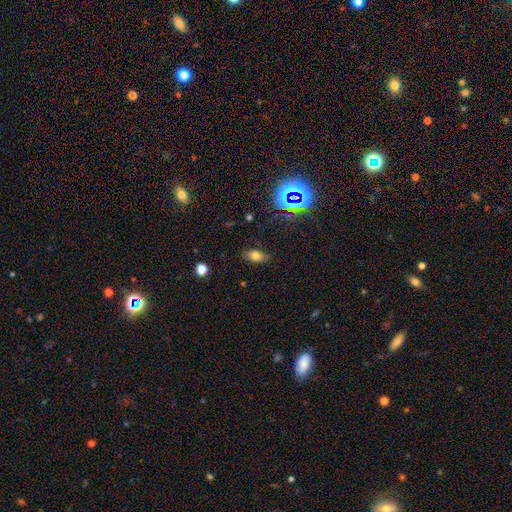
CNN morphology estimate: A smooth galaxy with no disk features (72%) that is in between round and cigar-shaped (85%). Merging: none (83%).